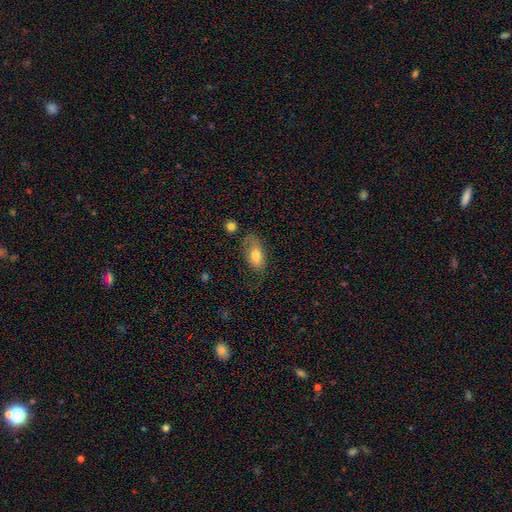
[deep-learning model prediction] smooth_or_featured: smooth (p=0.75) [alt: featured or disk p=0.18]
how_rounded: in between (p=0.91) [alt: round p=0.05]
merging: none (p=0.56) [alt: minor disturbance p=0.27]